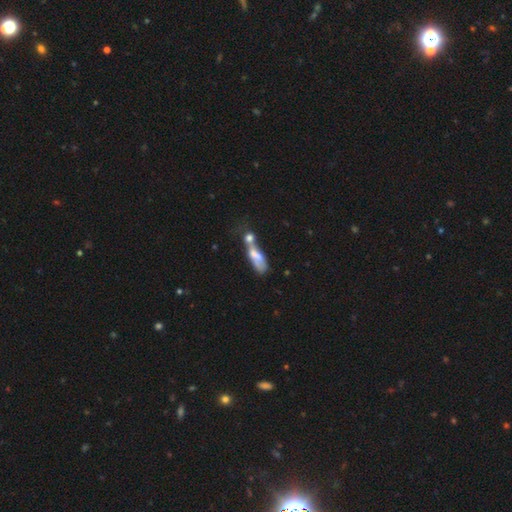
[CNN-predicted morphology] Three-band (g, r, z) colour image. It shows a smooth galaxy with no disk features (53%) that is in between round and cigar-shaped (60%). Merging: merger (55%).